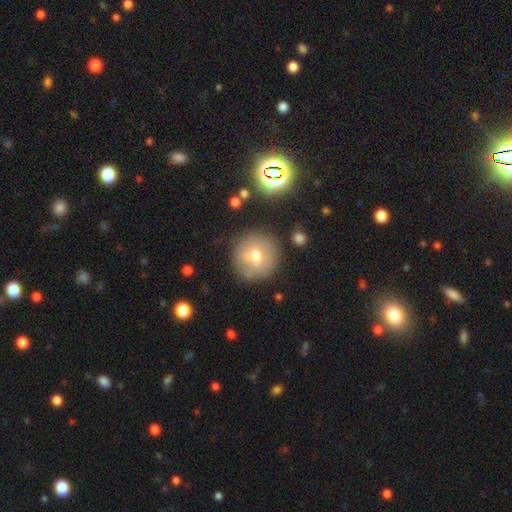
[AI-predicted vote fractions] Smooth or featured: smooth — 56% (featured or disk — 30%)
How rounded: round — 93% (in between — 6%)
Merging: none — 79% (minor disturbance — 13%)